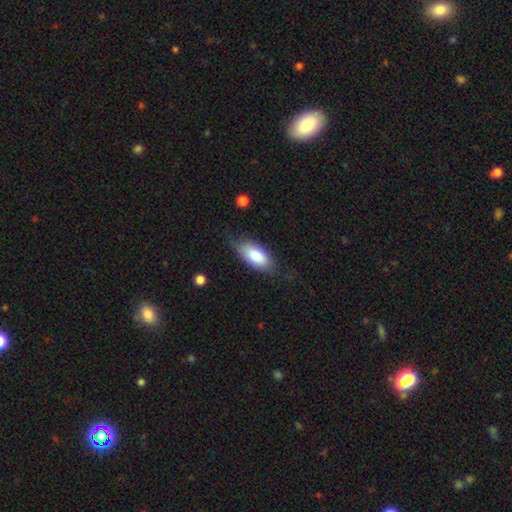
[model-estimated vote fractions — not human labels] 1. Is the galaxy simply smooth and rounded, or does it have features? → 77% smooth, 17% featured or disk, 6% star or artifact.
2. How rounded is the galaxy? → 88% in between, 9% cigar-shaped, 2% round.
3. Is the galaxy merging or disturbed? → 64% none, 26% minor disturbance, 9% major disturbance, 2% merger.